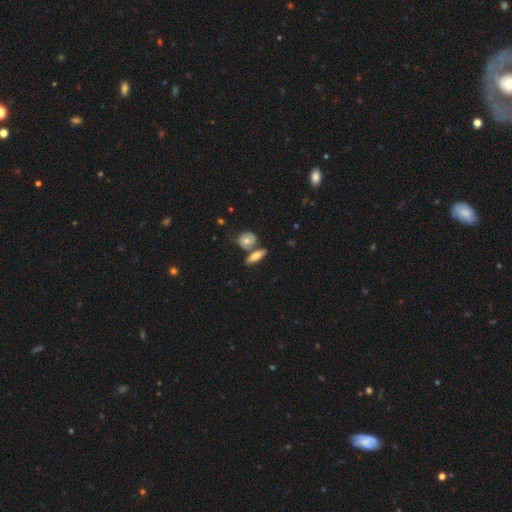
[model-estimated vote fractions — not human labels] This appears to be a smooth galaxy with no disk features (62%) that is in between round and cigar-shaped (51%). Merging: none (63%).